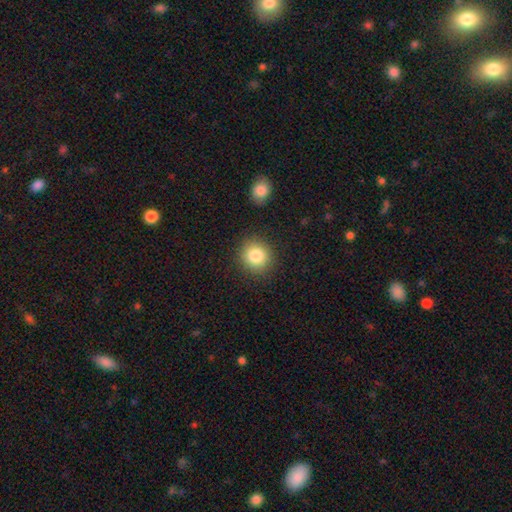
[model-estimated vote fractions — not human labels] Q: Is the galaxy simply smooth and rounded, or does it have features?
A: smooth — 83%.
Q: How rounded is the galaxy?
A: round — 88%.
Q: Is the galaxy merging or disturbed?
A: none — 88%.